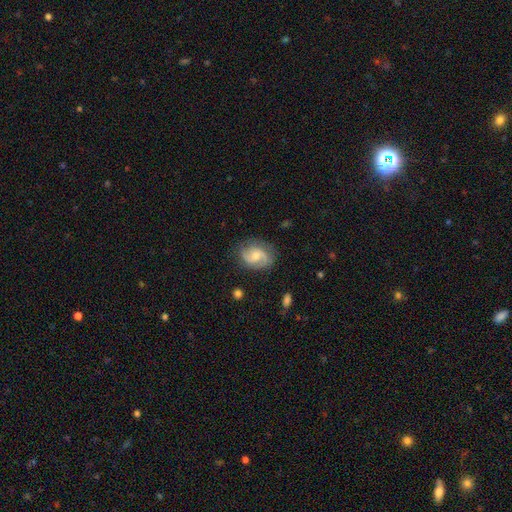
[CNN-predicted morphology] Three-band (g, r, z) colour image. It shows a featured or disk galaxy (75%) with no bar (55%), 2 (82%) medium (48%) spiral arms (95%) and a small central bulge (48%). Merging: none (75%).